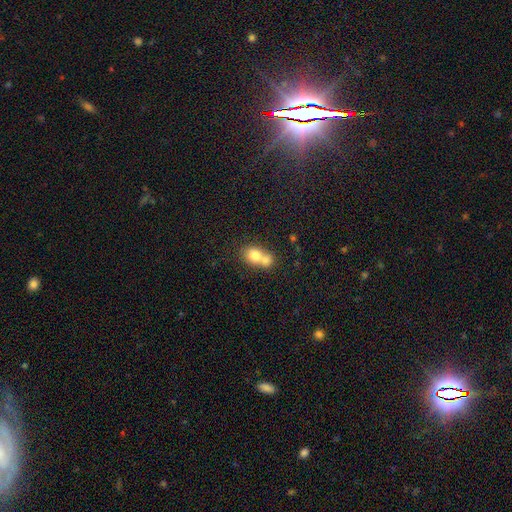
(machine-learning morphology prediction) This appears to be a smooth galaxy with no disk features (74%) that is round (58%). Merging: merger (67%).